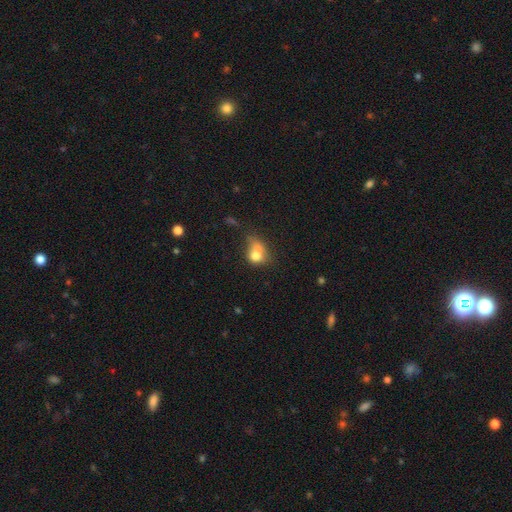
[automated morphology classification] A smooth galaxy with no disk features (71%) that is in between round and cigar-shaped (60%). Merging: major disturbance (34%).